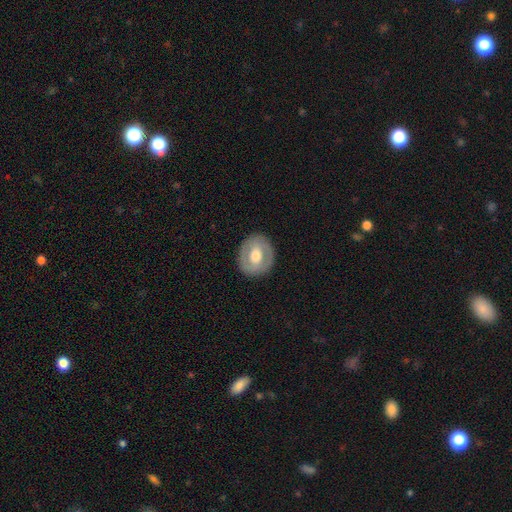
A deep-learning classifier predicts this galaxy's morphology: smooth-or-featured: featured or disk: 51% | smooth: 44% | star or artifact: 6%
  disk-edge-on: no: 95% | yes: 5%
  merging: none: 86% | minor disturbance: 9% | major disturbance: 3% | merger: 1%